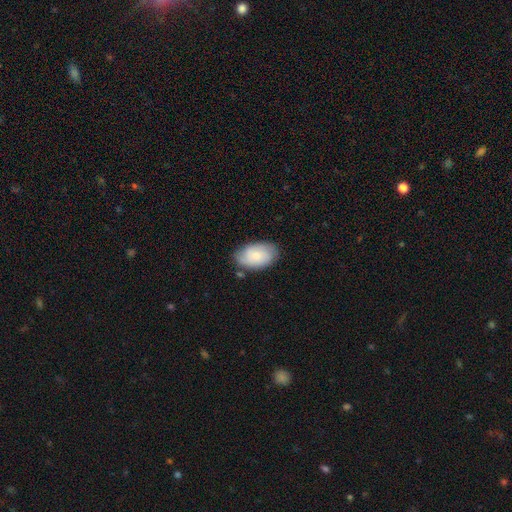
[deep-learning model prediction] The model was most divided on "smooth or featured": smooth: 62%, featured or disk: 31%, star or artifact: 7%. More confident: how rounded — in between (91%); merging — none (77%).